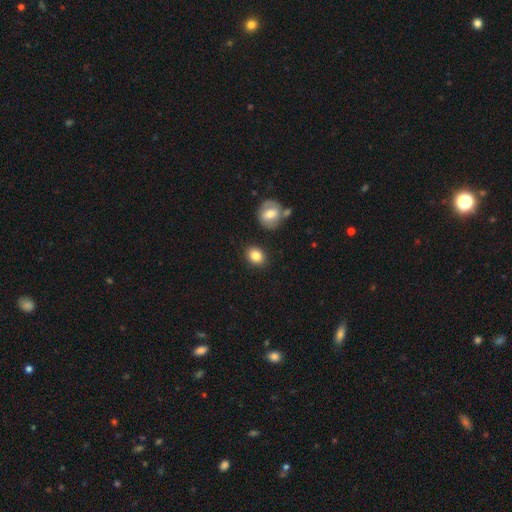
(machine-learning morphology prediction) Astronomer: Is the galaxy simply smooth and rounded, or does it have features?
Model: smooth — 84%.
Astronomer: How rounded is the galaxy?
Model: in between — 54% (runner-up: round, 45%).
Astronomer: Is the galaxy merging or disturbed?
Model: none — 84%.